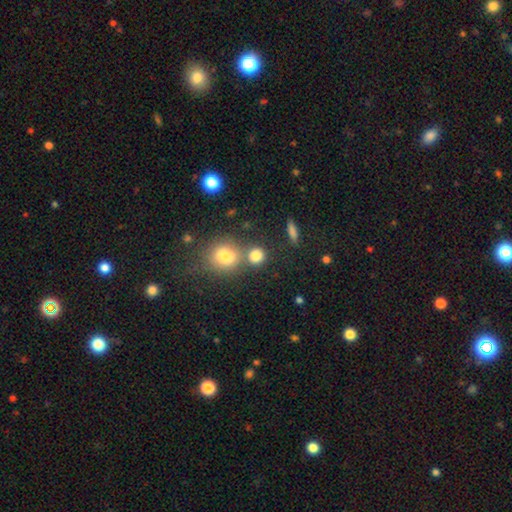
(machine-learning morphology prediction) Smooth or featured? Predicted: smooth (p=0.80). How rounded? Predicted: round (p=0.82). Merging? Predicted: none (p=0.59).